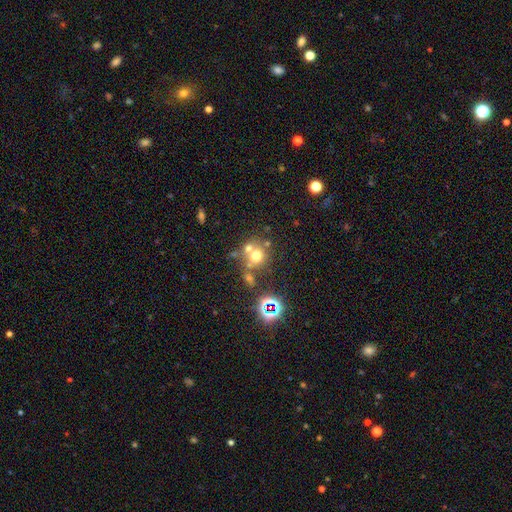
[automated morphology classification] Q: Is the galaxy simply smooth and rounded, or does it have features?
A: smooth — 60%.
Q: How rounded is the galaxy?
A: round — 83%.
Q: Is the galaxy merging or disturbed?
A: none — 50%.